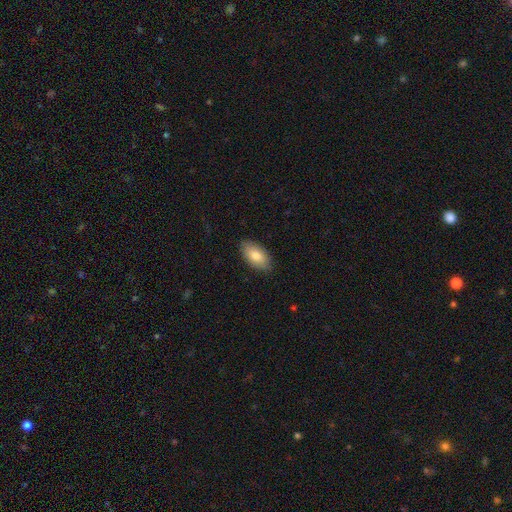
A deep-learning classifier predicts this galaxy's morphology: Smooth or featured? Predicted: smooth (p=0.79). How rounded? Predicted: in between (p=0.93). Merging? Predicted: none (p=0.86).